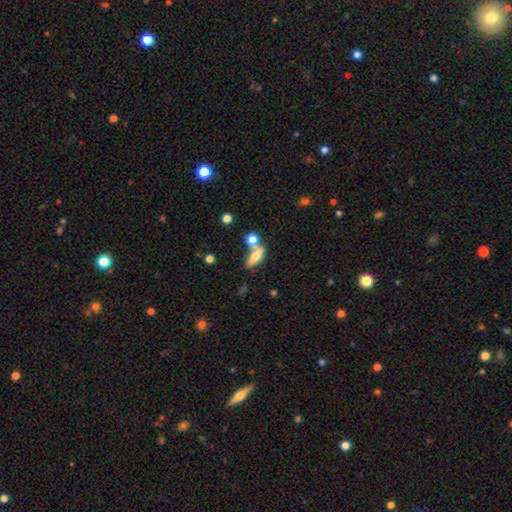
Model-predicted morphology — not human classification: Q: Smooth or featured?
A: smooth (58%); runner-up: featured or disk (33%)
Q: How rounded?
A: in between (55%); runner-up: cigar-shaped (38%)
Q: Merging?
A: none (40%); runner-up: merger (38%)